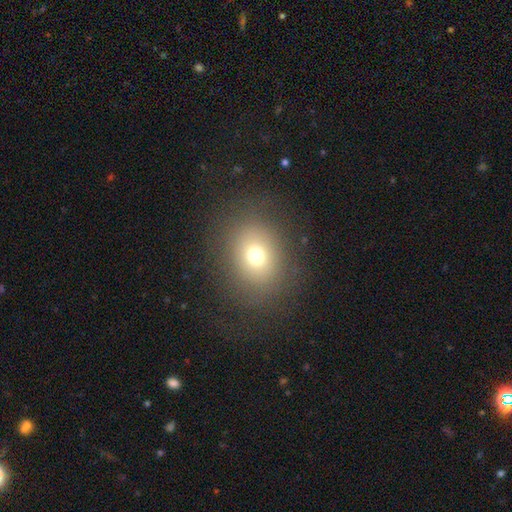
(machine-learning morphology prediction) smooth_or_featured: smooth (p=0.70) [alt: star or artifact p=0.18]
how_rounded: round (p=0.59) [alt: in between p=0.40]
merging: none (p=0.83) [alt: minor disturbance p=0.09]